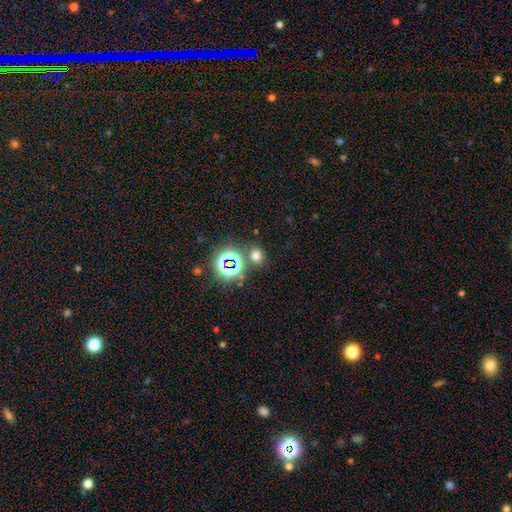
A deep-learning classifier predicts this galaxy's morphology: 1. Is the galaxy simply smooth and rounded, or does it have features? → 64% smooth, 30% star or artifact, 7% featured or disk.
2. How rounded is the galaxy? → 74% round, 25% in between, 1% cigar-shaped.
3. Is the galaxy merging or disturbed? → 78% none, 9% merger, 9% minor disturbance, 4% major disturbance.